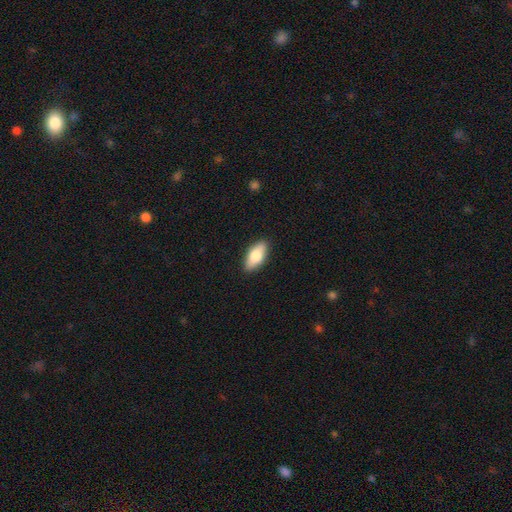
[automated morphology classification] Q: Smooth or featured?
A: smooth (76%); runner-up: featured or disk (18%)
Q: How rounded?
A: in between (88%); runner-up: cigar-shaped (9%)
Q: Merging?
A: none (89%); runner-up: minor disturbance (8%)